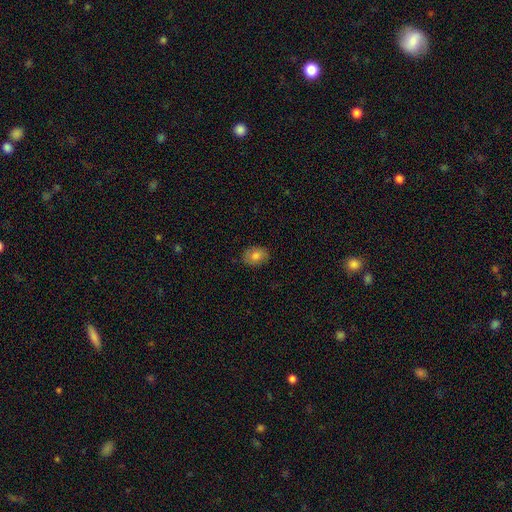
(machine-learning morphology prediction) Overall: smooth (80%). How rounded: in between (68%; round 31%). Merging: none (86%).